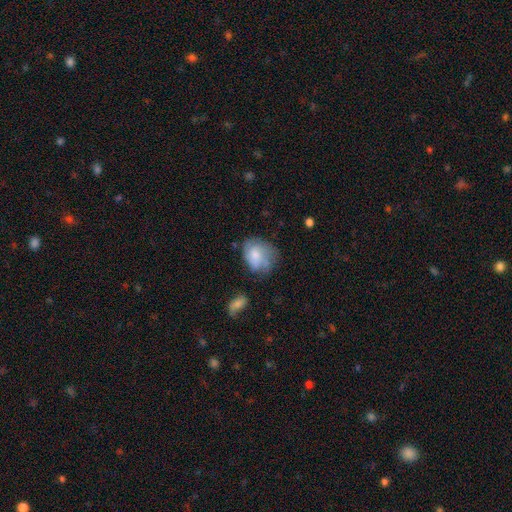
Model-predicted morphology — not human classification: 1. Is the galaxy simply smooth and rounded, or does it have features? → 62% smooth, 30% featured or disk, 8% star or artifact.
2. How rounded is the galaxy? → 50% round, 49% in between, 1% cigar-shaped.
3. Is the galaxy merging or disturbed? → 47% none, 30% minor disturbance, 18% major disturbance, 5% merger.